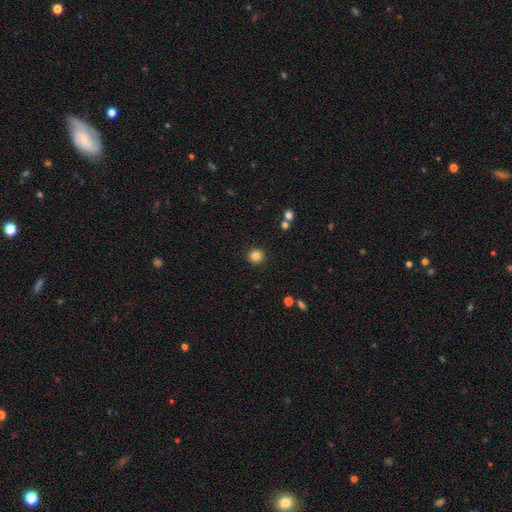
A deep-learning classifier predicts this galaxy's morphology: Smooth or featured? Predicted: smooth (p=0.84). How rounded? Predicted: round (p=0.91). Merging? Predicted: none (p=0.91).